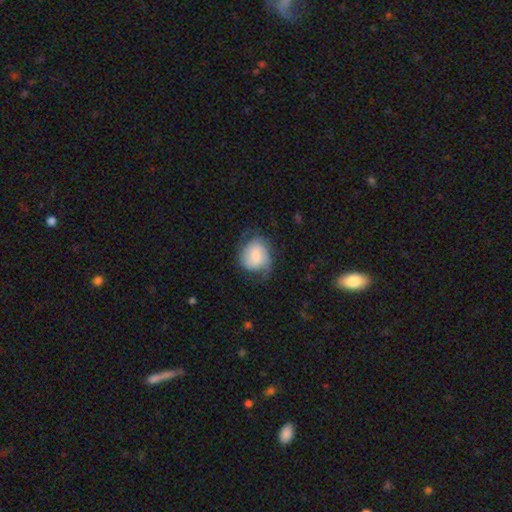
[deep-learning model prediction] Smooth or featured?
  - featured or disk: 52% *
  - smooth: 41%
  - star or artifact: 7%
Edge-on disk?
  - no: 98% *
  - yes: 2%
Bar?
  - no: 53% *
  - weak: 38%
  - strong: 9%
Spiral arms?
  - yes: 89% *
  - no: 11%
Bulge size?
  - small: 38% *
  - moderate: 32%
  - large: 13%
  - none: 13%
  - dominant: 4%
Merging?
  - none: 58% *
  - minor disturbance: 25%
  - major disturbance: 15%
  - merger: 1%